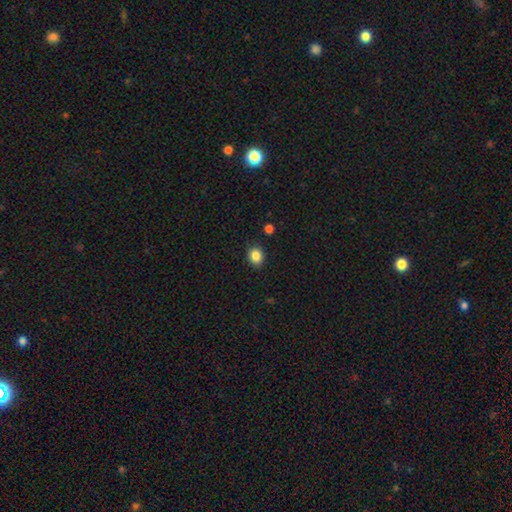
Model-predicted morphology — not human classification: The model was most divided on "how rounded": round: 68%, in between: 31%, cigar-shaped: 1%. More confident: merging — none (88%); smooth or featured — smooth (86%).